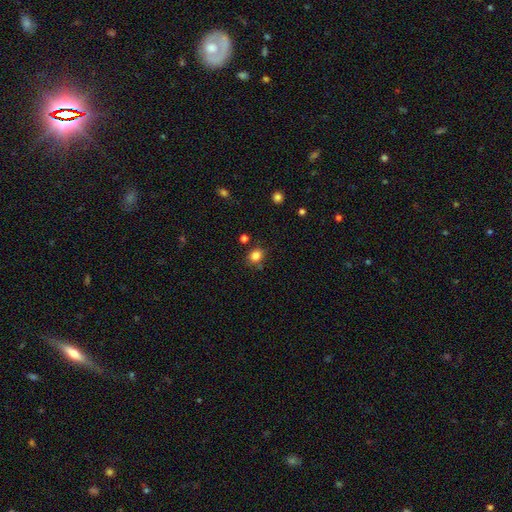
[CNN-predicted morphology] Smooth or featured: smooth — 83% (star or artifact — 12%)
How rounded: round — 56% (in between — 43%)
Merging: none — 77% (minor disturbance — 14%)